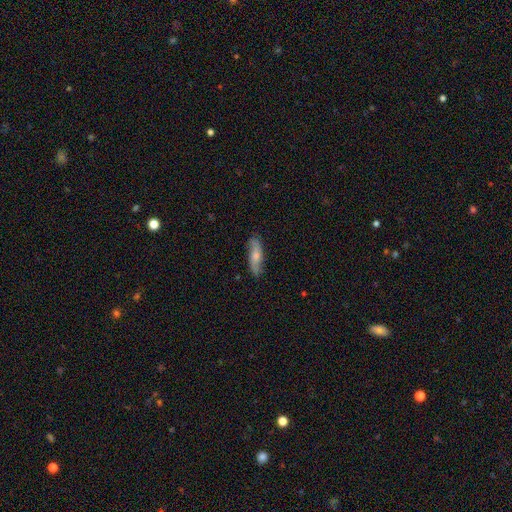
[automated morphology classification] smooth_or_featured: smooth (p=0.50) [alt: featured or disk p=0.44]
merging: none (p=0.79) [alt: minor disturbance p=0.16]